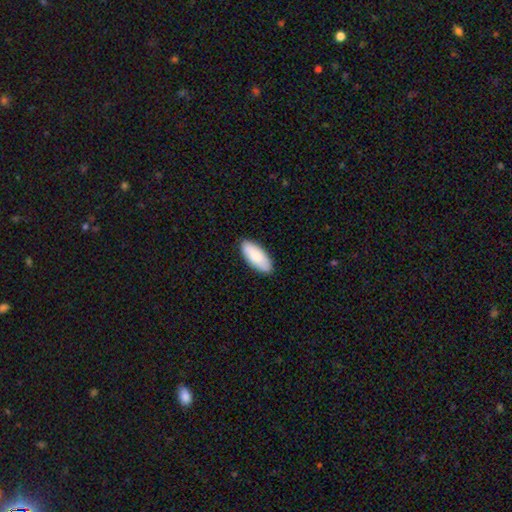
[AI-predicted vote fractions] This appears to be a smooth galaxy with no disk features (85%) that is in between round and cigar-shaped (85%). Merging: none (88%).